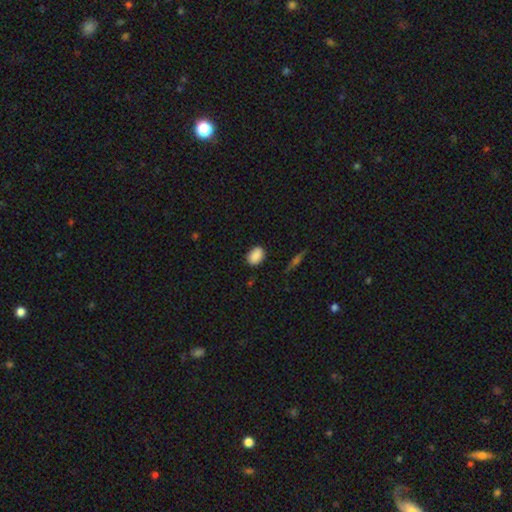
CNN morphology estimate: The model was most divided on "how rounded": in between: 75%, round: 24%, cigar-shaped: 2%. More confident: smooth or featured — smooth (87%); merging — none (81%).